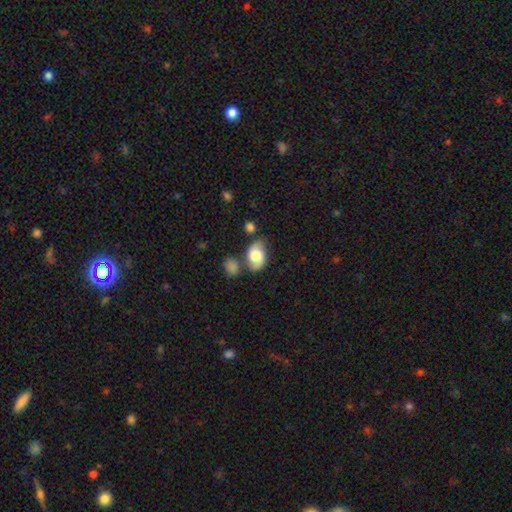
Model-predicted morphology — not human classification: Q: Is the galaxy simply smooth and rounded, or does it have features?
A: smooth — 65%.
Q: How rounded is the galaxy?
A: in between — 87%.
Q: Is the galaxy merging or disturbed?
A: none — 60%.